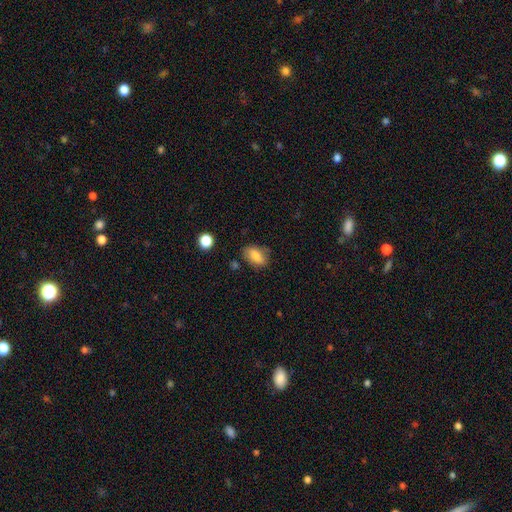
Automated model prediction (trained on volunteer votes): A smooth galaxy with no disk features (74%) that is in between round and cigar-shaped (84%).

Vote fractions:
- Smooth or featured? smooth: 74% / featured or disk: 17% / star or artifact: 9%
- How rounded? in between: 84% / round: 12% / cigar-shaped: 4%
- Merging? none: 71% / minor disturbance: 21% / major disturbance: 5% / merger: 3%